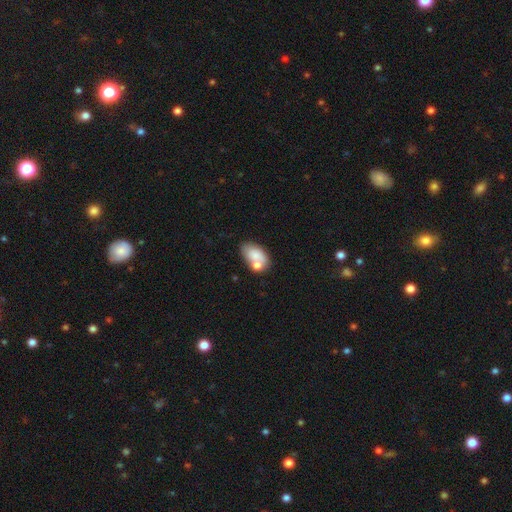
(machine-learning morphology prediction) Overall: smooth (74%). How rounded: in between (90%). Merging: none (43%; merger 33%).